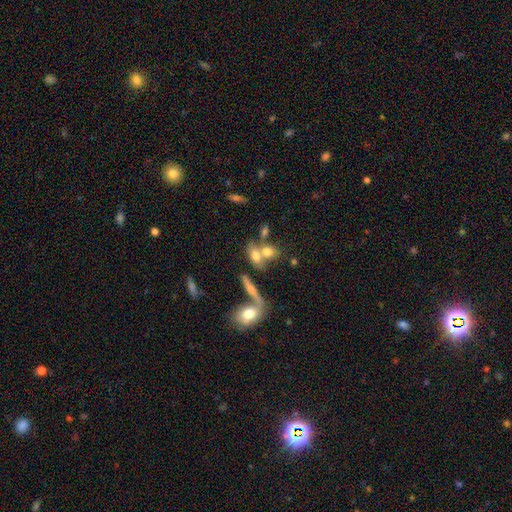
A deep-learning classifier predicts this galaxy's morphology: smooth_or_featured: smooth (p=0.66) [alt: featured or disk p=0.22]
how_rounded: in between (p=0.72) [alt: round p=0.18]
merging: merger (p=0.47) [alt: none p=0.36]